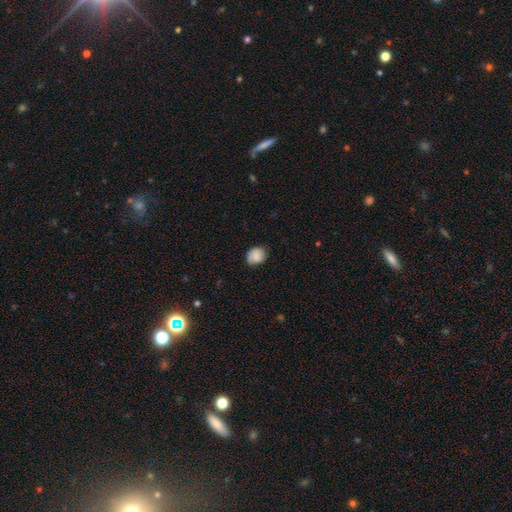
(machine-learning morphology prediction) smooth_or_featured: smooth (p=0.80) [alt: featured or disk p=0.12]
how_rounded: round (p=0.64) [alt: in between p=0.35]
merging: none (p=0.70) [alt: minor disturbance p=0.24]